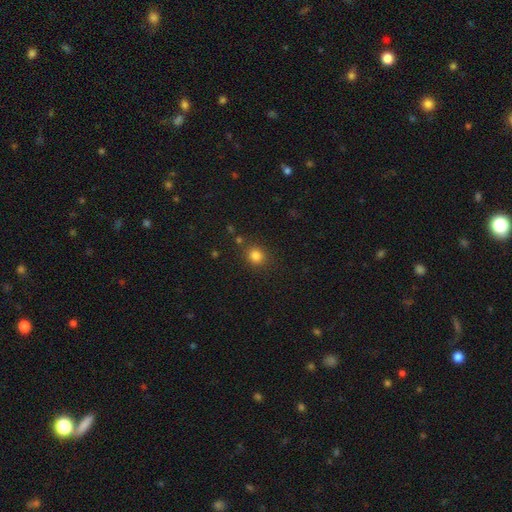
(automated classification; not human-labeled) Smooth or featured: smooth — 82% (star or artifact — 13%)
How rounded: round — 81% (in between — 18%)
Merging: none — 84% (minor disturbance — 9%)